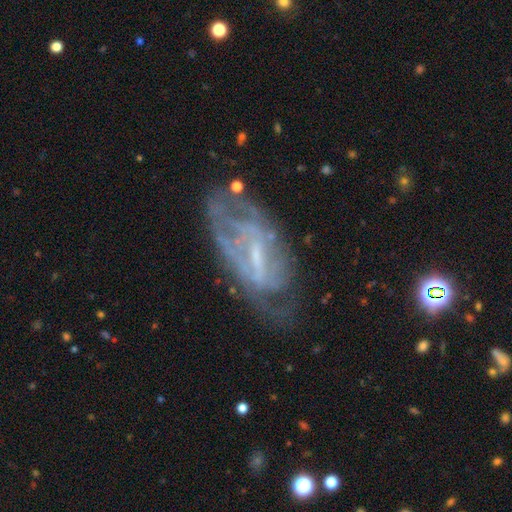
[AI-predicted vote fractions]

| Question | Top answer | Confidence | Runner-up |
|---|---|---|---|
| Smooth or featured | featured or disk | 74% | smooth (16%) |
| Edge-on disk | no | 90% | yes (10%) |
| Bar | weak | 46% | strong (30%) |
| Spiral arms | yes | 64% | no (36%) |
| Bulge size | small | 46% | none (29%) |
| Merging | none | 50% | minor disturbance (25%) |